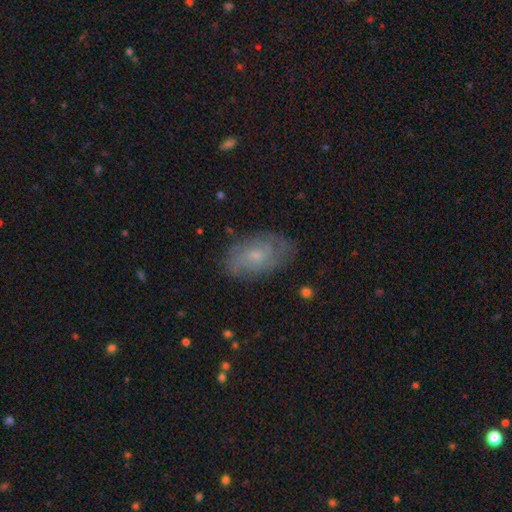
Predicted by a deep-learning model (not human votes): Morphology: type=featured or disk (63%); edge-on=no (94%); bar=no (72%); spiral arms=yes (84%); bulge=small (63%); merging=none (77%).